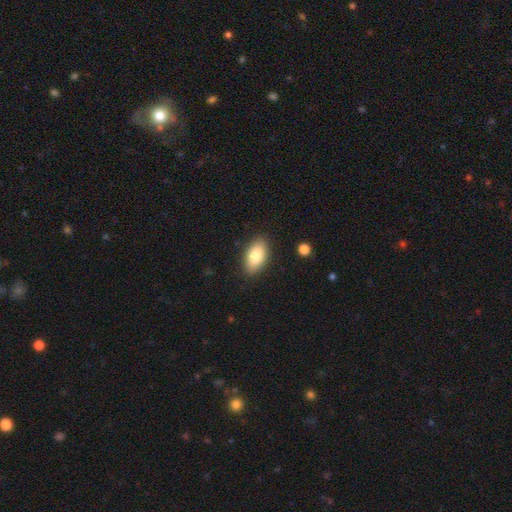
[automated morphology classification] smooth 81%, featured or disk 12%, star or artifact 7%. Down the decision tree: how rounded — in between (92%); merging — none (87%).